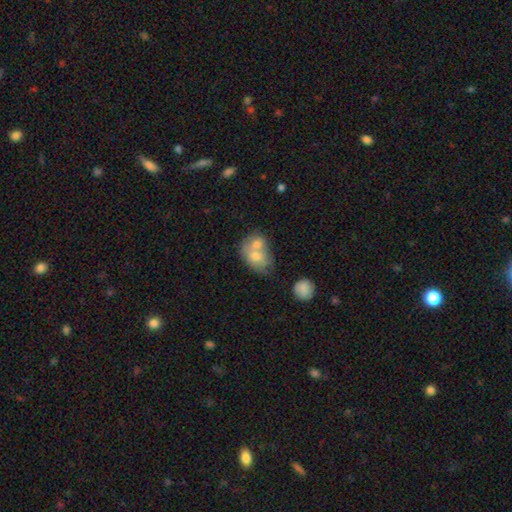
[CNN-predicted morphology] Overall: smooth (65%; featured or disk 26%). How rounded: in between (65%; round 33%). Merging: merger (59%; none 26%).